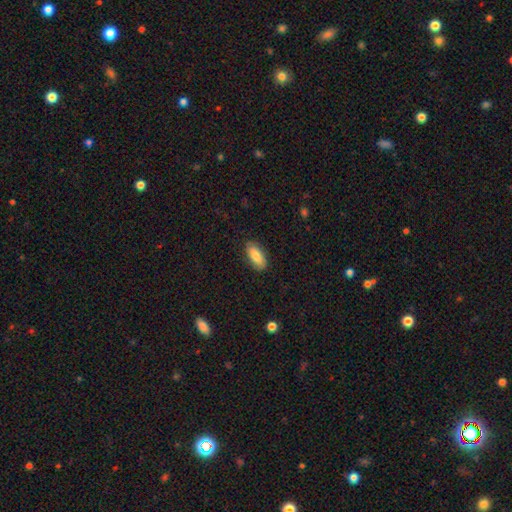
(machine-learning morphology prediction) Smooth or featured?
  - smooth: 79% *
  - featured or disk: 15%
  - star or artifact: 6%
How rounded?
  - in between: 88% *
  - cigar-shaped: 10%
  - round: 2%
Merging?
  - none: 85% *
  - minor disturbance: 12%
  - major disturbance: 2%
  - merger: 1%